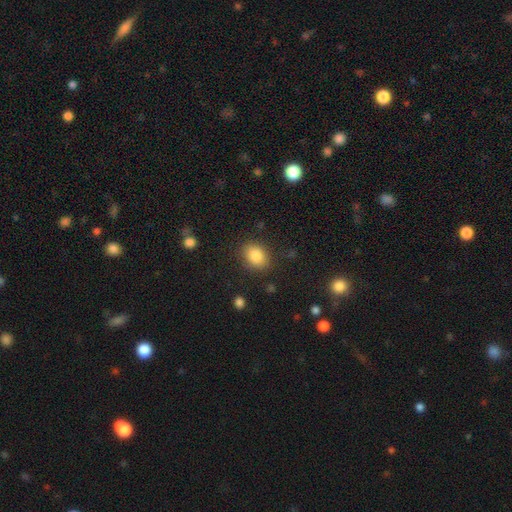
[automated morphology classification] smooth_or_featured: smooth (p=0.85) [alt: star or artifact p=0.09]
how_rounded: in between (p=0.61) [alt: round p=0.38]
merging: none (p=0.84) [alt: minor disturbance p=0.11]